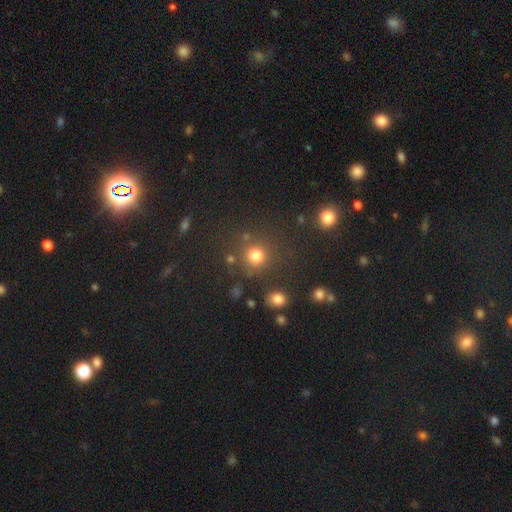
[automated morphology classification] Smooth or featured? Predicted: smooth (p=0.78). How rounded? Predicted: round (p=0.90). Merging? Predicted: none (p=0.78).